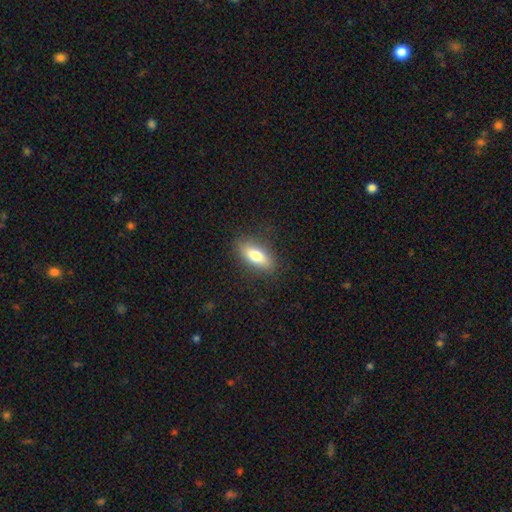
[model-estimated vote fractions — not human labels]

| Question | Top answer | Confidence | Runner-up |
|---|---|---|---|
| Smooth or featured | smooth | 72% | featured or disk (20%) |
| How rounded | in between | 73% | cigar-shaped (24%) |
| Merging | none | 84% | minor disturbance (11%) |